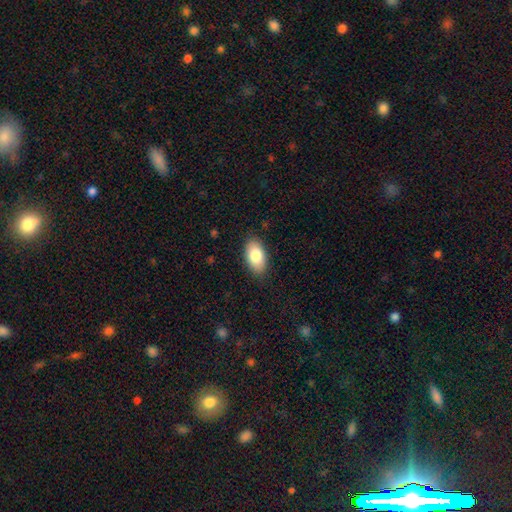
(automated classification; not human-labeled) This appears to be a smooth galaxy with no disk features (82%) that is in between round and cigar-shaped (94%). Merging: none (86%).